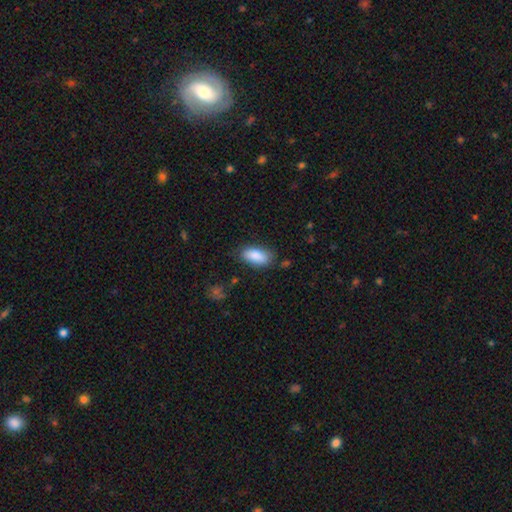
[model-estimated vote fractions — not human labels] This is clearly a smooth galaxy (88%). How rounded: clearly in between (91%). Merging: likely none (79%).